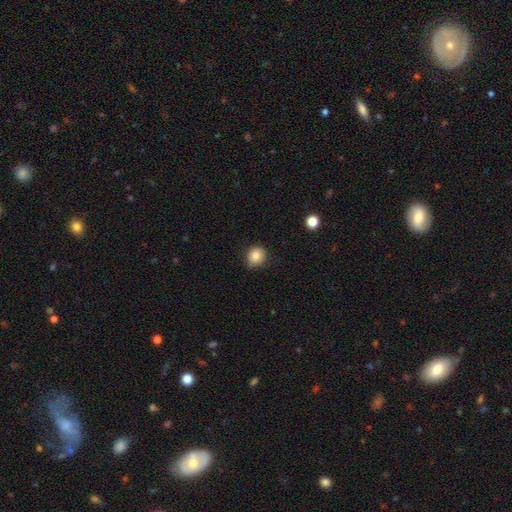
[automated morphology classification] Q: Smooth or featured?
A: smooth (84%); runner-up: star or artifact (10%)
Q: How rounded?
A: round (85%); runner-up: in between (14%)
Q: Merging?
A: none (78%); runner-up: minor disturbance (18%)